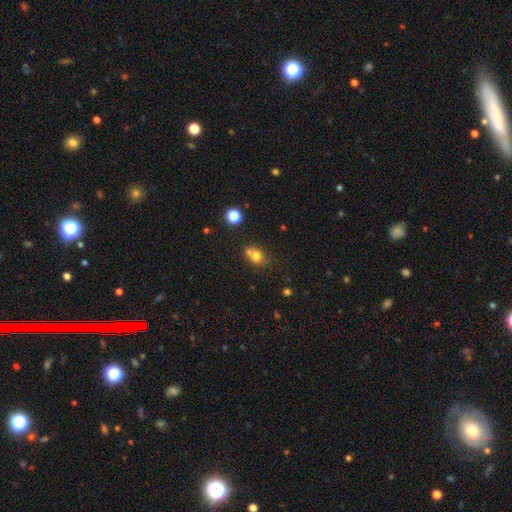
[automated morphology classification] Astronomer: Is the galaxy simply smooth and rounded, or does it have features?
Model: smooth — 73%.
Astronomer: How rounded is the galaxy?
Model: round — 68%.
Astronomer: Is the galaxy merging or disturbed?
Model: none — 45% (runner-up: merger, 38%).